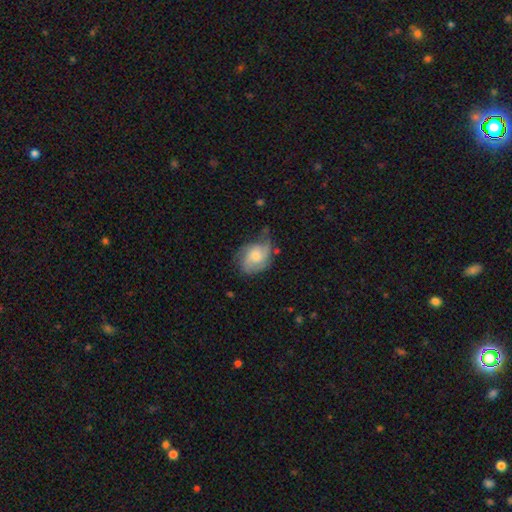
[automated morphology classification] A featured or disk galaxy (58%) with no bar (72%), spiral arms (87%) and a moderate central bulge (46%). Merging: none (49%).